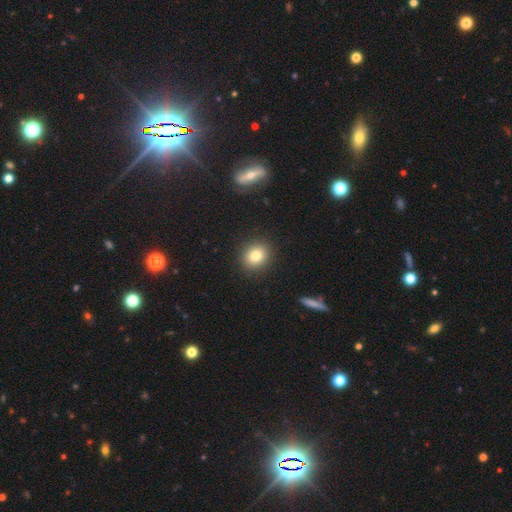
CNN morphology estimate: This appears to be a smooth galaxy with no disk features (80%) that is round (73%). Merging: none (90%).